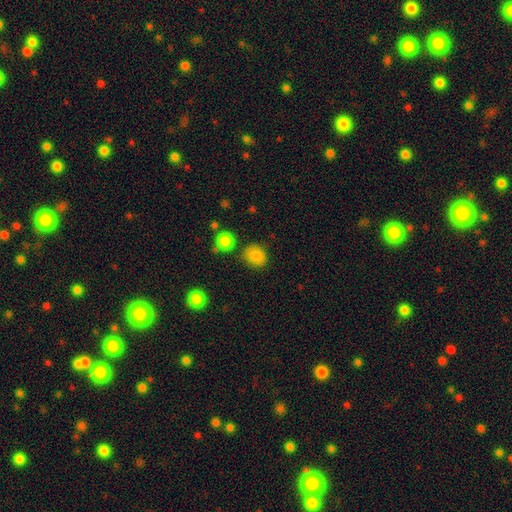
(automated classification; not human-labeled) Smooth or featured: smooth — 85% (star or artifact — 11%)
How rounded: round — 75% (in between — 24%)
Merging: none — 79% (minor disturbance — 13%)